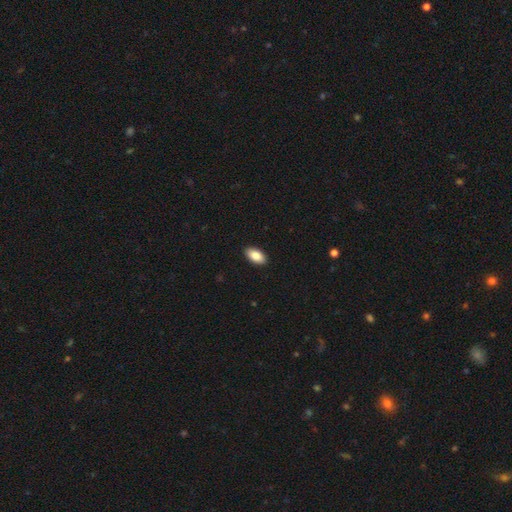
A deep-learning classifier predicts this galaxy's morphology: Smooth or featured? smooth (87%)
How rounded? in between (94%)
Merging? none (91%)